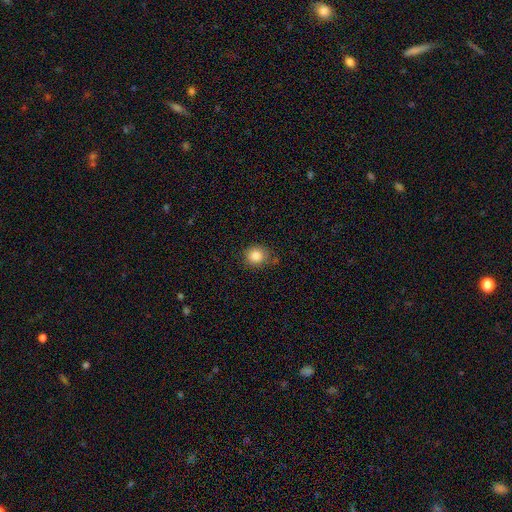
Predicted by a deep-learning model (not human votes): Smooth or featured: smooth — 86% (star or artifact — 9%)
How rounded: round — 82% (in between — 17%)
Merging: none — 75% (minor disturbance — 19%)